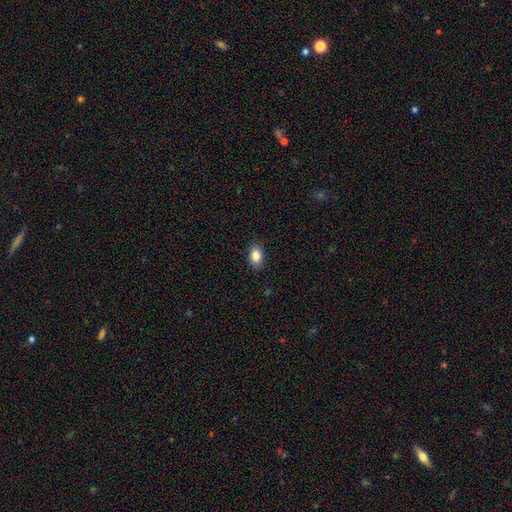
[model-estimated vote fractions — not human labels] This is clearly a smooth galaxy (87%). How rounded: clearly in between (82%). Merging: clearly none (88%).